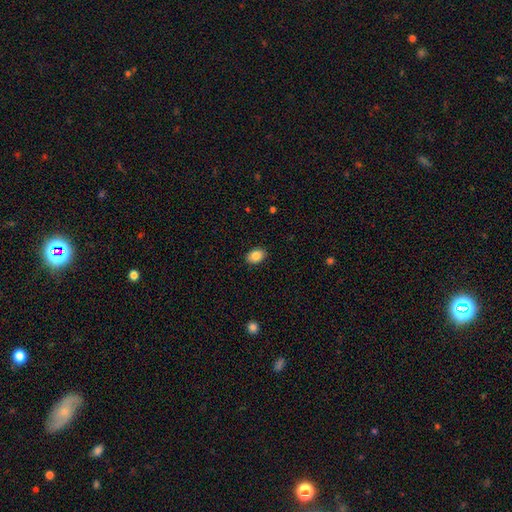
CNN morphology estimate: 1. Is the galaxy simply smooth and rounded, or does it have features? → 86% smooth, 8% star or artifact, 5% featured or disk.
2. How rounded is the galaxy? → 78% in between, 21% round, 1% cigar-shaped.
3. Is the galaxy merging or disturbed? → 89% none, 8% minor disturbance, 2% major disturbance, 1% merger.